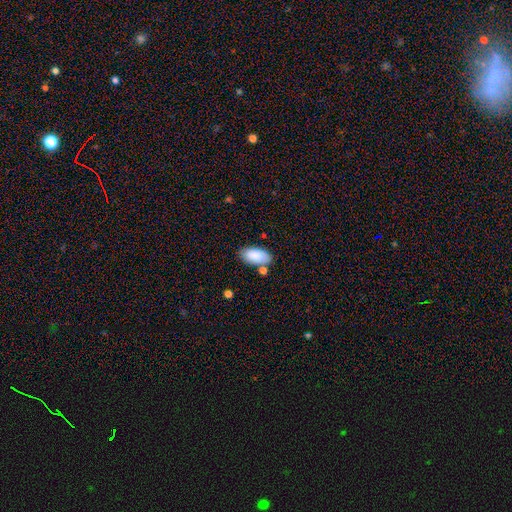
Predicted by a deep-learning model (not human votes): Smooth or featured: smooth — 88% (star or artifact — 6%)
How rounded: in between — 94% (cigar-shaped — 4%)
Merging: none — 73% (minor disturbance — 15%)